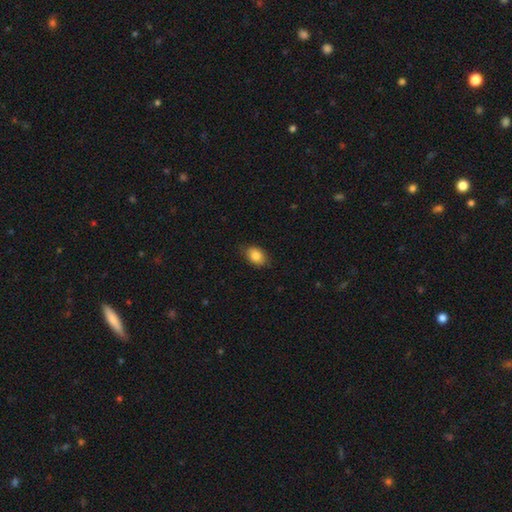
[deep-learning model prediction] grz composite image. It shows a smooth galaxy with no disk features (84%) that is in between round and cigar-shaped (83%). Merging: none (81%).